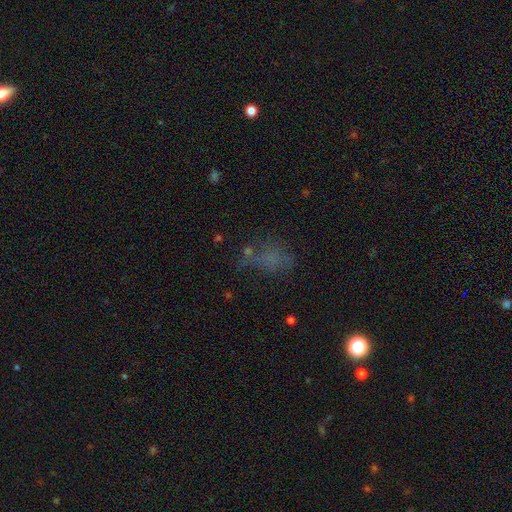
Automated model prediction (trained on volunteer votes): Smooth or featured? Predicted: smooth (p=0.48). Merging? Predicted: none (p=0.47).